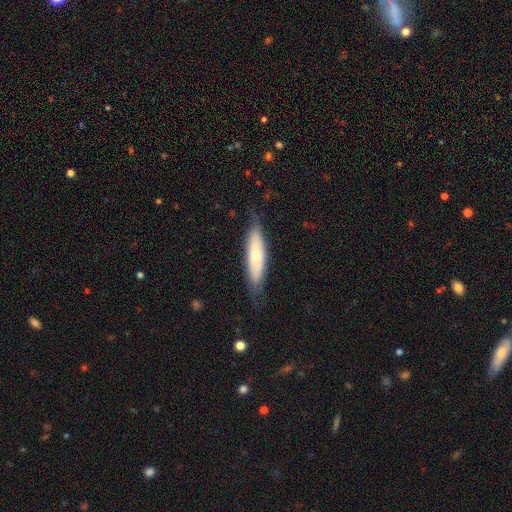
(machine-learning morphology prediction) type=smooth (59%); roundness=cigar-shaped (66%); merging=none (76%).